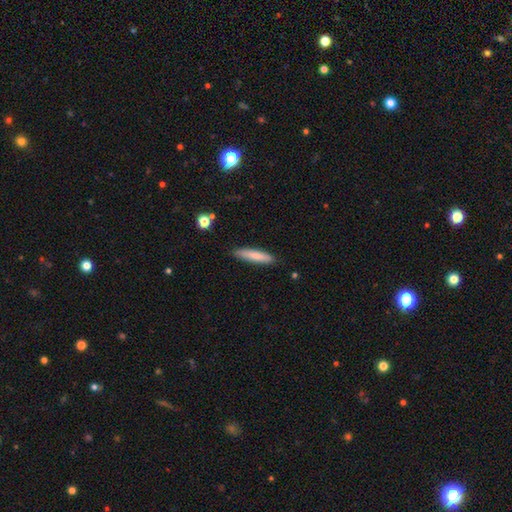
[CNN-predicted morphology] Q: Smooth or featured?
A: smooth (79%); runner-up: featured or disk (15%)
Q: How rounded?
A: cigar-shaped (86%); runner-up: in between (13%)
Q: Merging?
A: none (88%); runner-up: minor disturbance (9%)